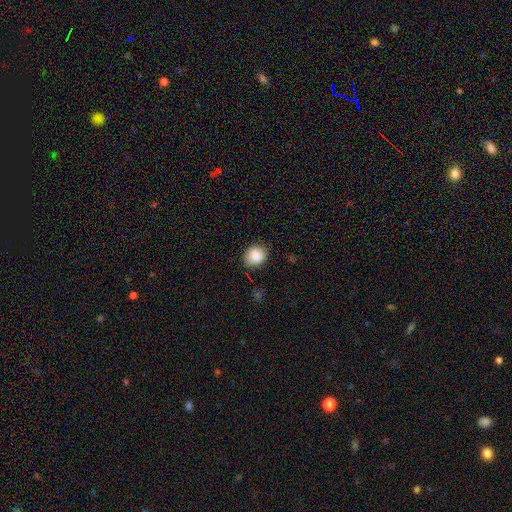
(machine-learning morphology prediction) This is clearly a smooth galaxy (87%). How rounded: likely round (63%). Merging: likely none (79%).